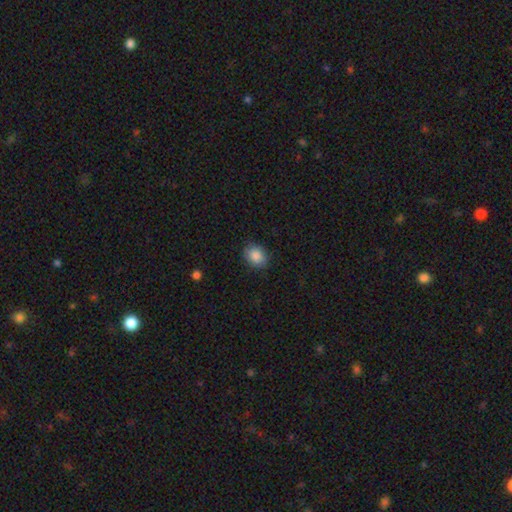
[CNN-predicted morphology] Smooth or featured?
  - smooth: 88% *
  - star or artifact: 8%
  - featured or disk: 4%
How rounded?
  - in between: 53% *
  - round: 46%
  - cigar-shaped: 1%
Merging?
  - none: 86% *
  - minor disturbance: 11%
  - major disturbance: 3%
  - merger: 1%